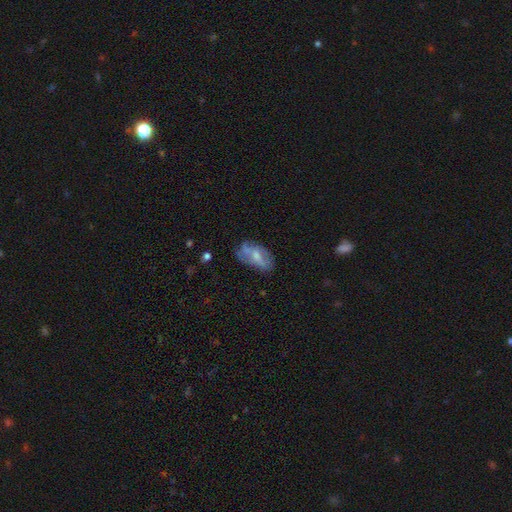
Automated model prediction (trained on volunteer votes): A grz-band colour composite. It shows a featured or disk galaxy (47%). Merging: none (51%).